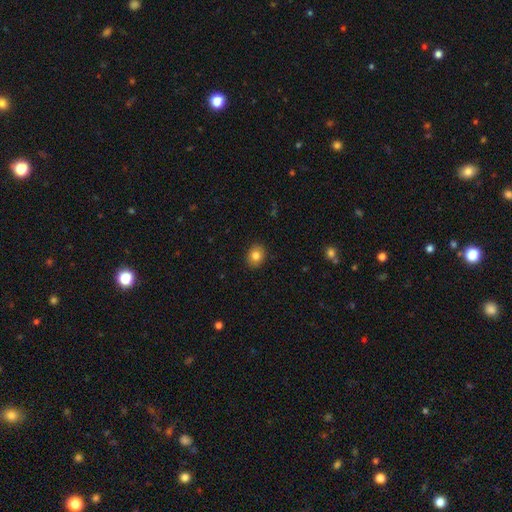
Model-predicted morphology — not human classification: Smooth or featured? Predicted: smooth (p=0.83). How rounded? Predicted: round (p=0.56). Merging? Predicted: none (p=0.90).